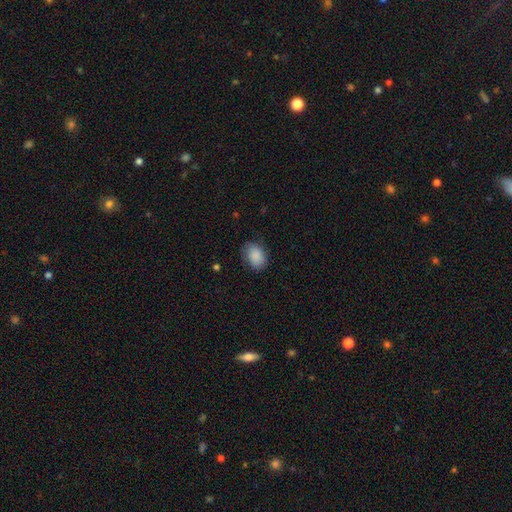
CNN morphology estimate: Q: Smooth or featured?
A: smooth (88%); runner-up: star or artifact (7%)
Q: How rounded?
A: in between (74%); runner-up: round (25%)
Q: Merging?
A: none (75%); runner-up: minor disturbance (19%)